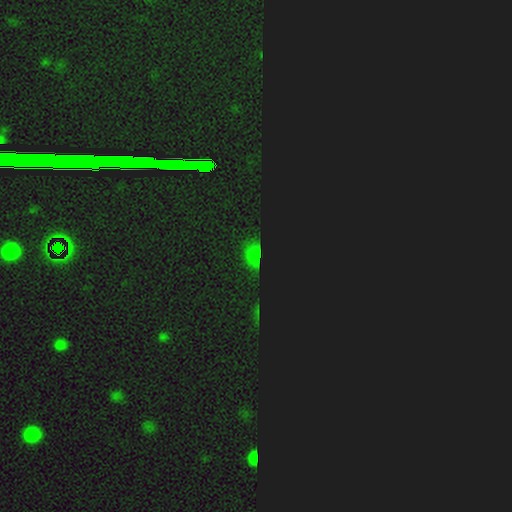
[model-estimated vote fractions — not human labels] A star or artifact, not a galaxy (59%).